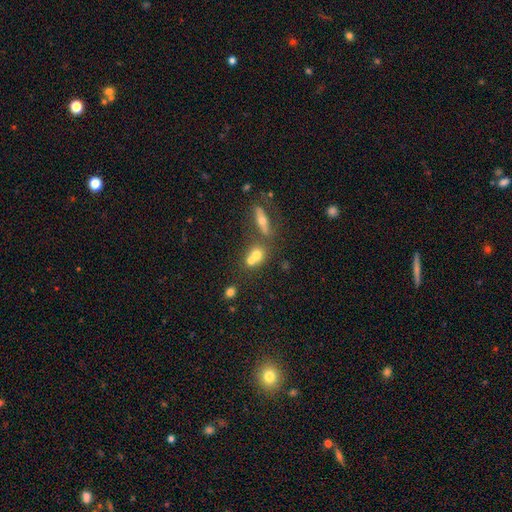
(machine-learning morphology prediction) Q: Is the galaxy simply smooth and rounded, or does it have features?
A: smooth — 65%.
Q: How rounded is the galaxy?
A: round — 65%.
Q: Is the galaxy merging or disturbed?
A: merger — 51%.